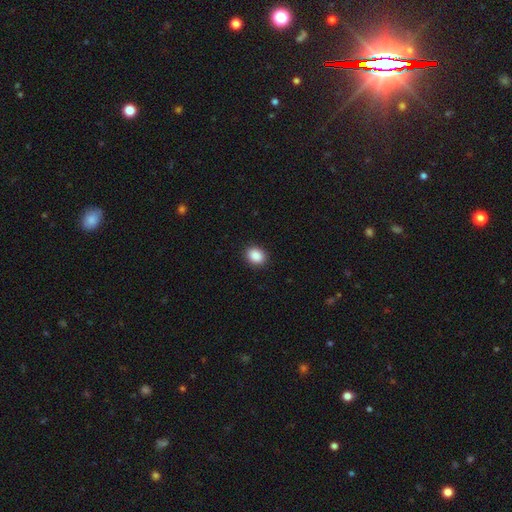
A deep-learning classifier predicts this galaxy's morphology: smooth 89%, star or artifact 8%, featured or disk 3%. Down the decision tree: how rounded — in between (54%); merging — none (90%).